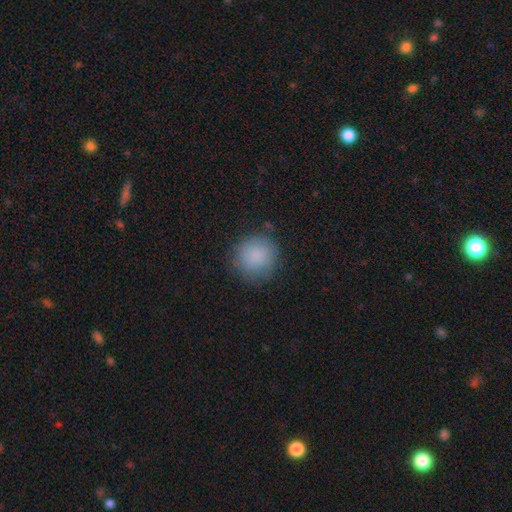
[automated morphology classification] smooth-or-featured: smooth: 87% | star or artifact: 8% | featured or disk: 5%
  how-rounded: round: 92% | in between: 8% | cigar-shaped: 1%
  merging: none: 83% | minor disturbance: 12% | major disturbance: 4% | merger: 1%